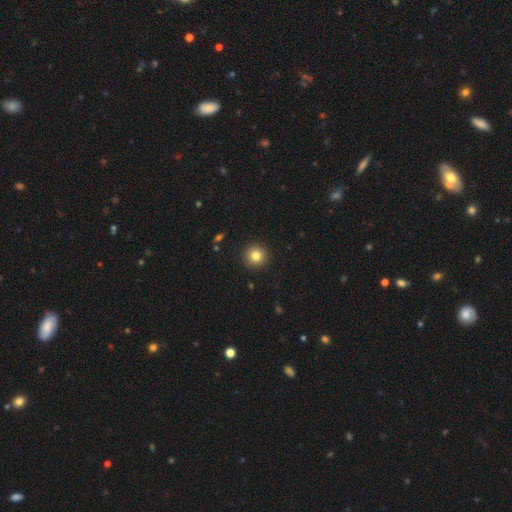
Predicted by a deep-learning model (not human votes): Smooth or featured?
  - smooth: 82% *
  - star or artifact: 11%
  - featured or disk: 7%
How rounded?
  - round: 95% *
  - in between: 4%
  - cigar-shaped: 1%
Merging?
  - none: 92% *
  - minor disturbance: 5%
  - major disturbance: 2%
  - merger: 1%